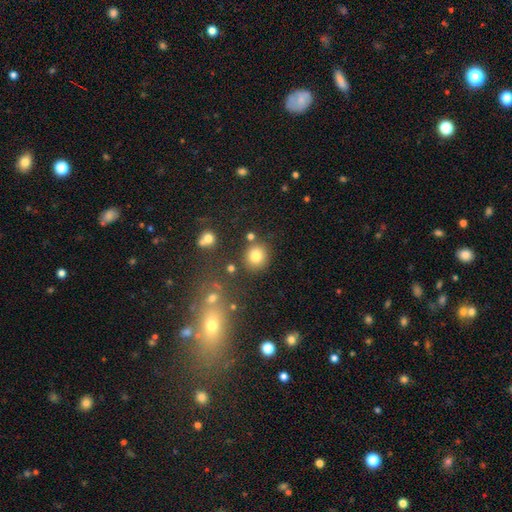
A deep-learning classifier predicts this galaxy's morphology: The model was most divided on "smooth or featured": smooth: 80%, star or artifact: 13%, featured or disk: 7%. More confident: how rounded — round (87%); merging — none (80%).